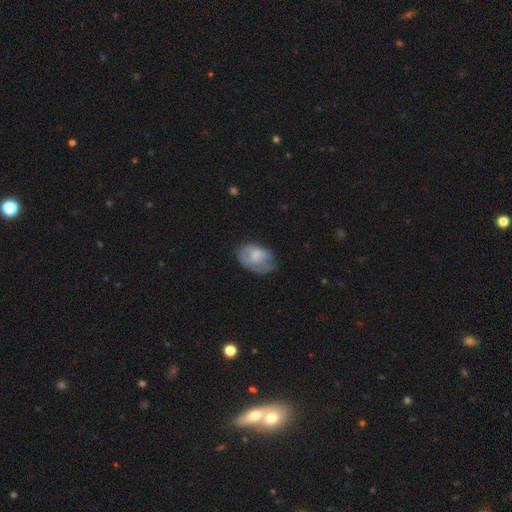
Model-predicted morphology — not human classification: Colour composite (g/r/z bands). It shows a smooth galaxy with no disk features (61%) that is in between round and cigar-shaped (85%). Merging: none (49%).